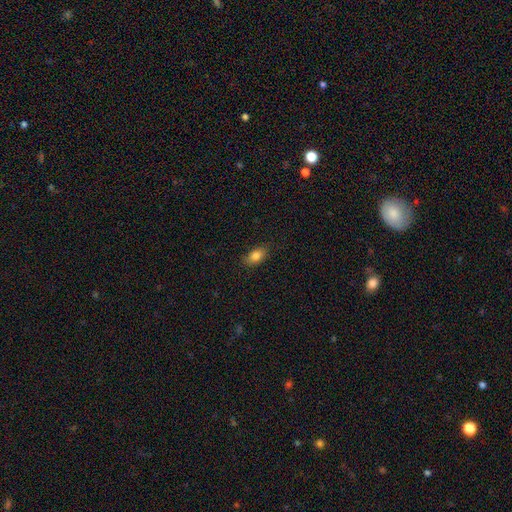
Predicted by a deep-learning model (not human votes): Smooth or featured: smooth — 83% (star or artifact — 9%)
How rounded: in between — 87% (round — 9%)
Merging: none — 85% (minor disturbance — 12%)